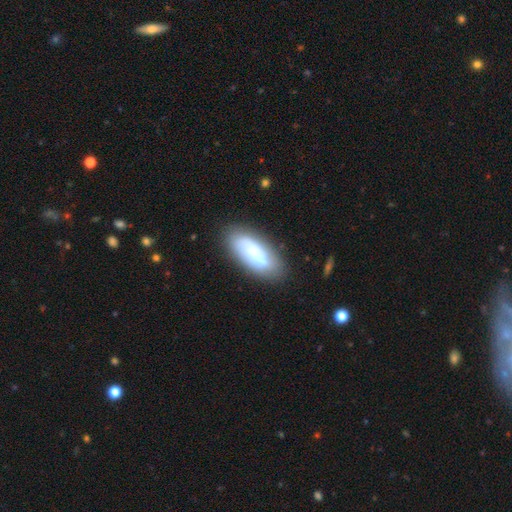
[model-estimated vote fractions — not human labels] Q: Smooth or featured?
A: smooth (60%); runner-up: featured or disk (33%)
Q: How rounded?
A: in between (79%); runner-up: cigar-shaped (19%)
Q: Merging?
A: none (80%); runner-up: minor disturbance (14%)